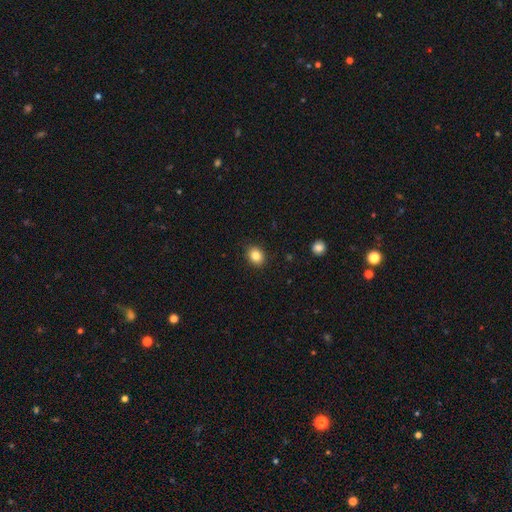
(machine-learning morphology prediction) smooth 84%, star or artifact 10%, featured or disk 6%. Down the decision tree: how rounded — in between (50%); merging — none (89%).